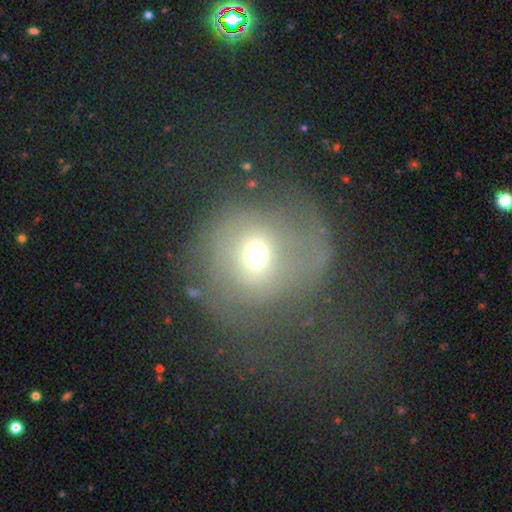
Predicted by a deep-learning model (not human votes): A smooth galaxy with no disk features (49%).

Vote fractions:
- Smooth or featured? smooth: 49% / featured or disk: 38% / star or artifact: 14%
- Merging? major disturbance: 43% / none: 35% / minor disturbance: 18% / merger: 4%